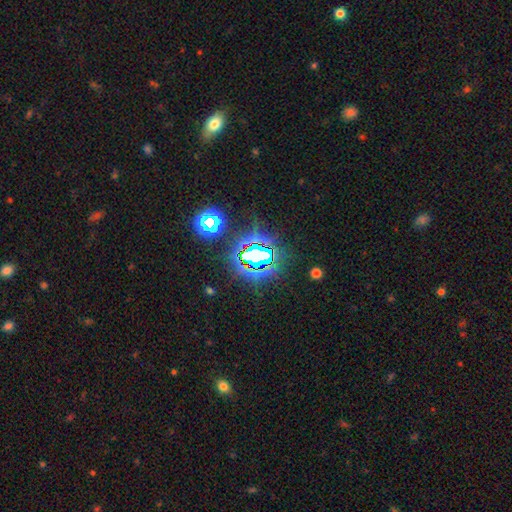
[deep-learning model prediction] This appears to be a star or artifact, not a galaxy (76%).